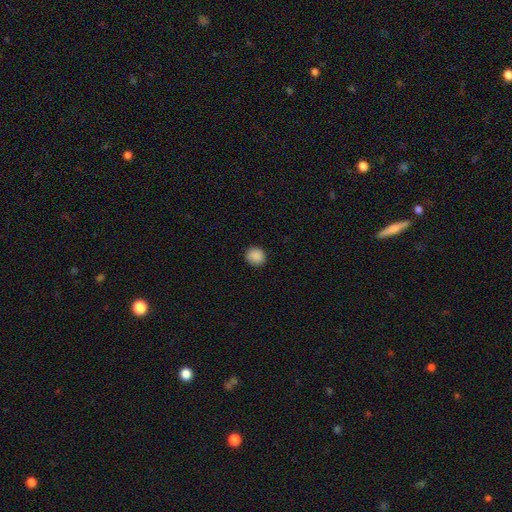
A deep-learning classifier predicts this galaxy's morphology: Smooth or featured: smooth — 88% (star or artifact — 9%)
How rounded: round — 86% (in between — 13%)
Merging: none — 88% (minor disturbance — 8%)